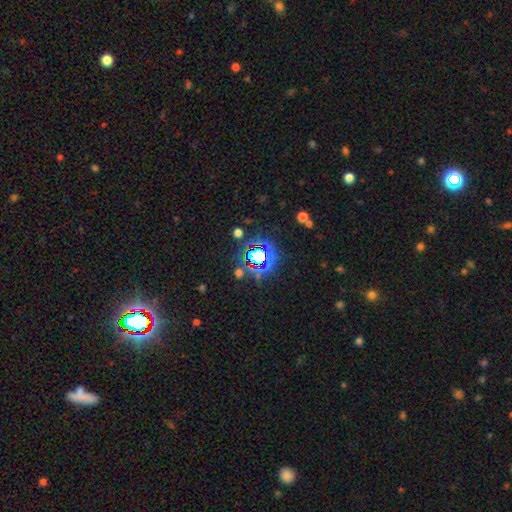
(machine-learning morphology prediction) Smooth or featured: star or artifact — 72% (smooth — 17%)